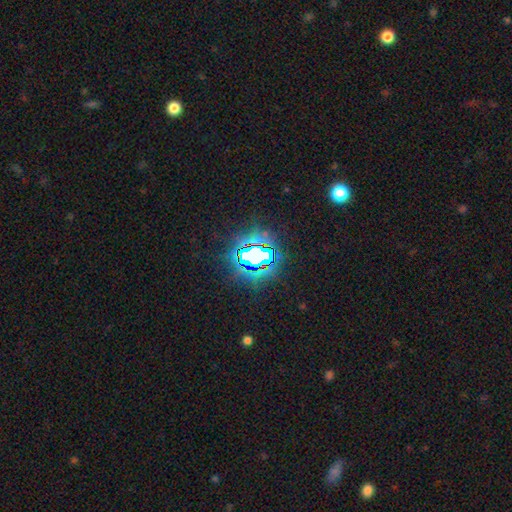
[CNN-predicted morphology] A star or artifact, not a galaxy (76%).